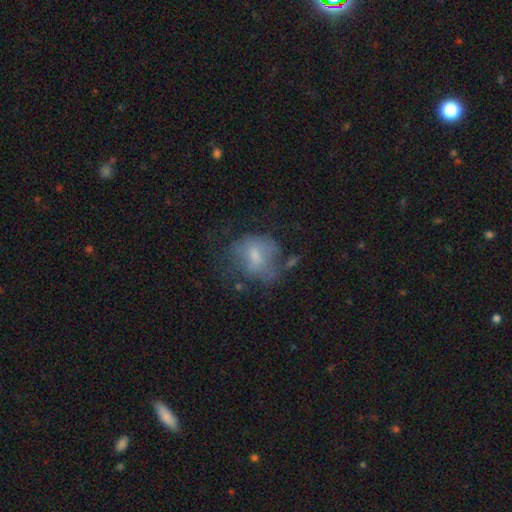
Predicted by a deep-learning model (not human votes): This appears to be a smooth galaxy with no disk features (51%) that is round (50%). Merging: none (36%).